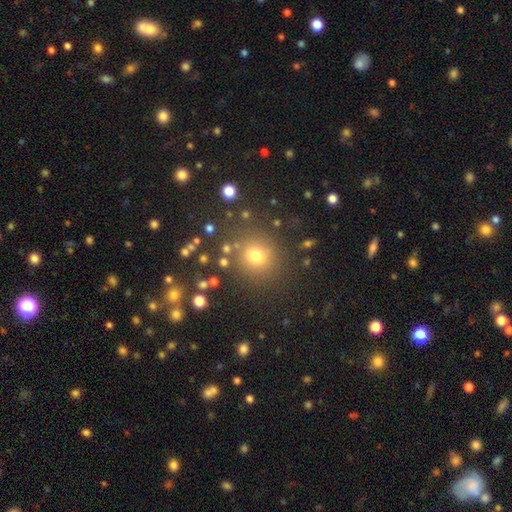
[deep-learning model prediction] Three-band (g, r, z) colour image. It shows a smooth galaxy with no disk features (73%) that is round (85%). Merging: none (81%).